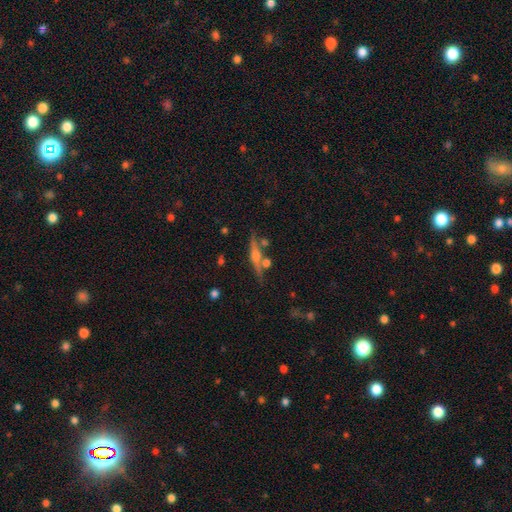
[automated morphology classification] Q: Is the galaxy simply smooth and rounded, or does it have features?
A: featured or disk — 66%.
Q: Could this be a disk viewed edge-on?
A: yes — 95%.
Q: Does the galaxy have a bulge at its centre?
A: rounded — 80%.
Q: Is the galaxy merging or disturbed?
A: none — 73%.